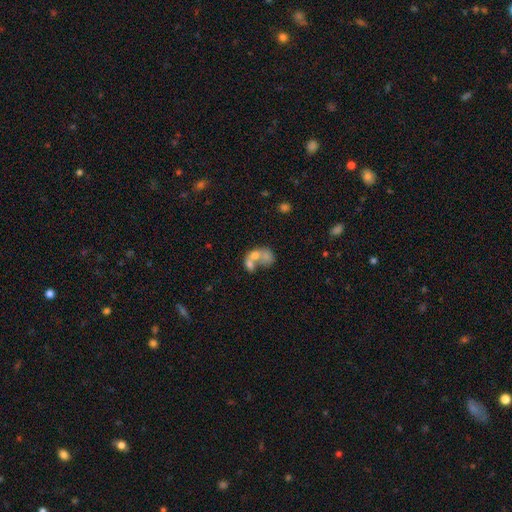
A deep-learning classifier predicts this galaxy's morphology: Smooth or featured?
  - smooth: 51% *
  - featured or disk: 37%
  - star or artifact: 12%
How rounded?
  - in between: 63% *
  - round: 35%
  - cigar-shaped: 2%
Merging?
  - merger: 70% *
  - none: 14%
  - major disturbance: 9%
  - minor disturbance: 6%